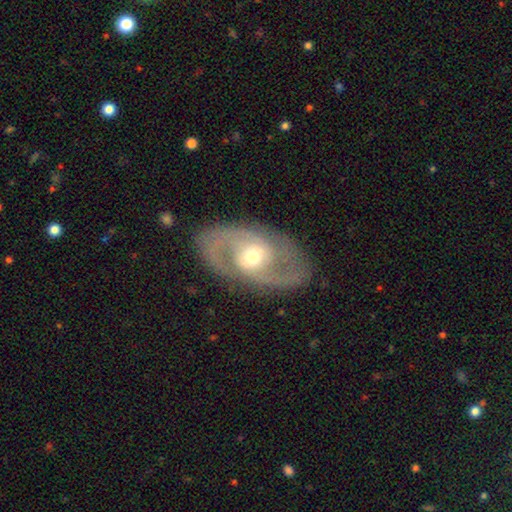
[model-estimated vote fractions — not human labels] Smooth or featured? featured or disk (86%)
Edge-on disk? no (95%)
Bar? weak (43%)
Spiral arms? yes (92%)
Spiral winding? medium (53%)
Spiral arm count? 2 (88%)
Bulge size? moderate (62%)
Merging? none (83%)